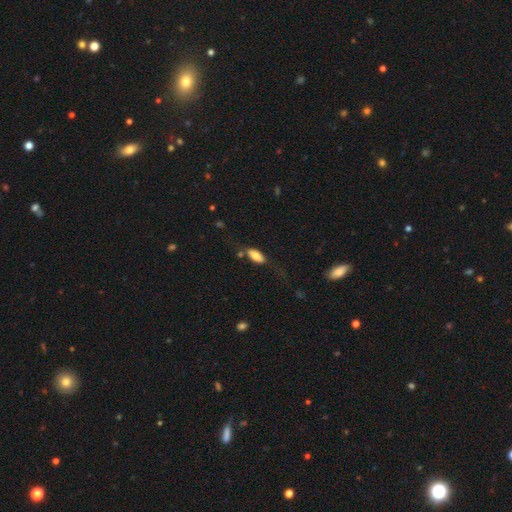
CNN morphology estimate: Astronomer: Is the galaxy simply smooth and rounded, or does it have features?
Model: smooth — 80%.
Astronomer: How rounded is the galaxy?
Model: in between — 87%.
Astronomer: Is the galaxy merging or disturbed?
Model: none — 64%.